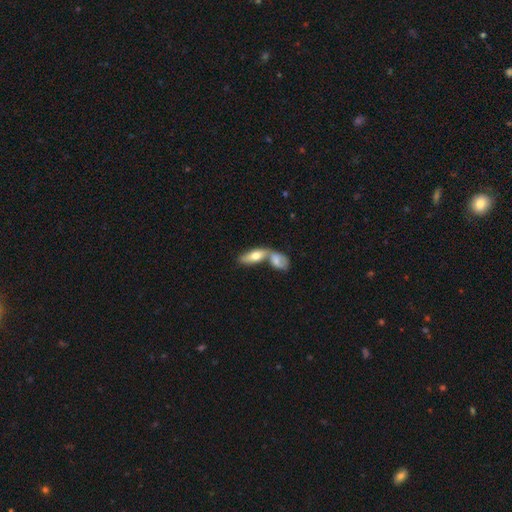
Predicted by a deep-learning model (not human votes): smooth 64%, featured or disk 30%, star or artifact 6%. Down the decision tree: how rounded — in between (71%); merging — merger (61%).